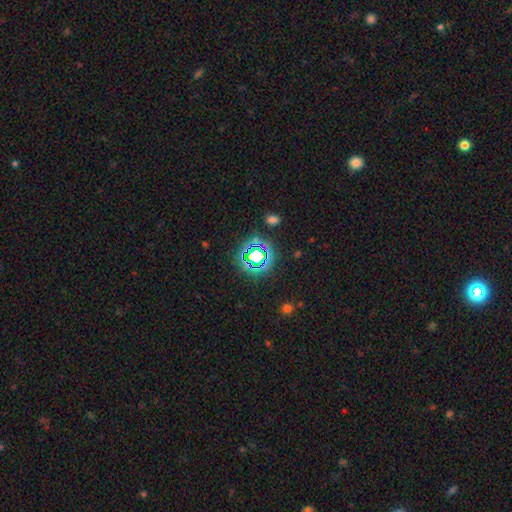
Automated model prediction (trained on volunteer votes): Overall: star or artifact (65%).